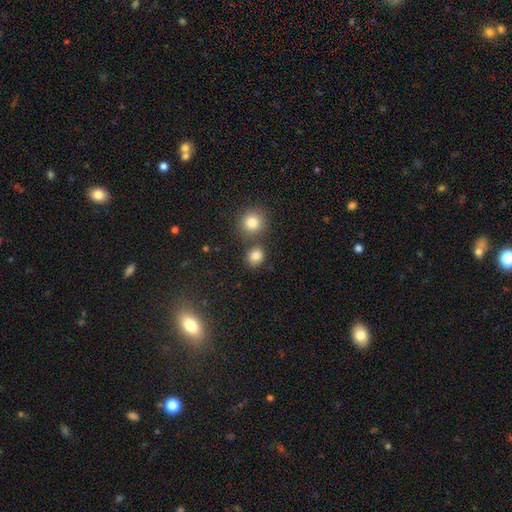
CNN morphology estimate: This appears to be a smooth galaxy with no disk features (82%) that is round (76%). Merging: none (67%).